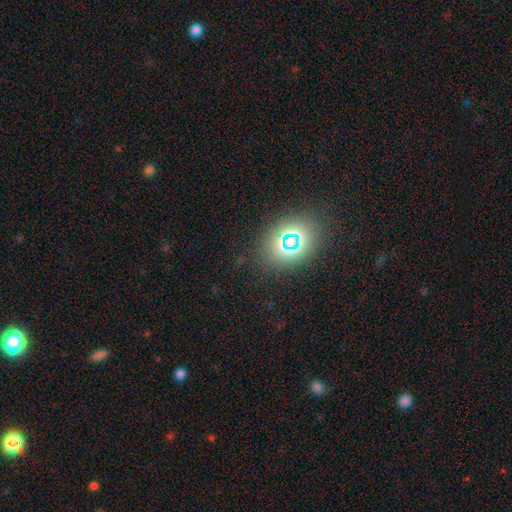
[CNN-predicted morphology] Smooth or featured: star or artifact — 42% (smooth — 34%)